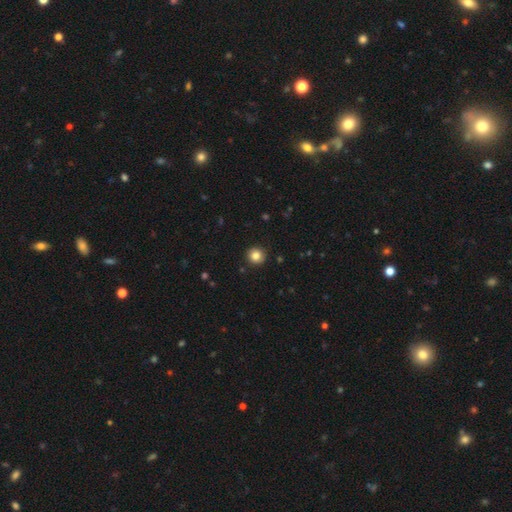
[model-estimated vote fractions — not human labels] This appears to be a smooth galaxy with no disk features (84%) that is round (92%). Merging: none (91%).